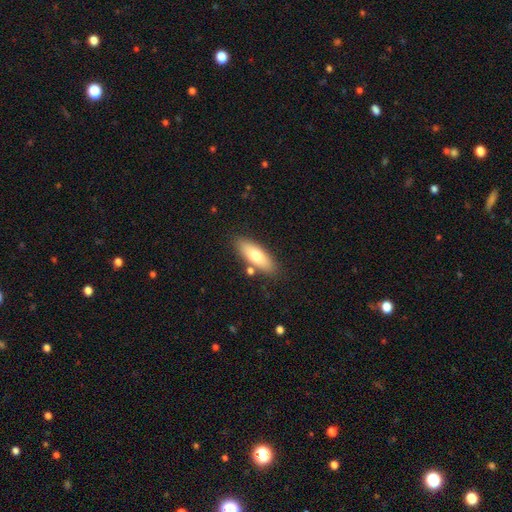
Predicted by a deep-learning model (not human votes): smooth_or_featured: smooth (p=0.71) [alt: featured or disk p=0.23]
how_rounded: in between (p=0.64) [alt: cigar-shaped p=0.34]
merging: none (p=0.82) [alt: minor disturbance p=0.10]